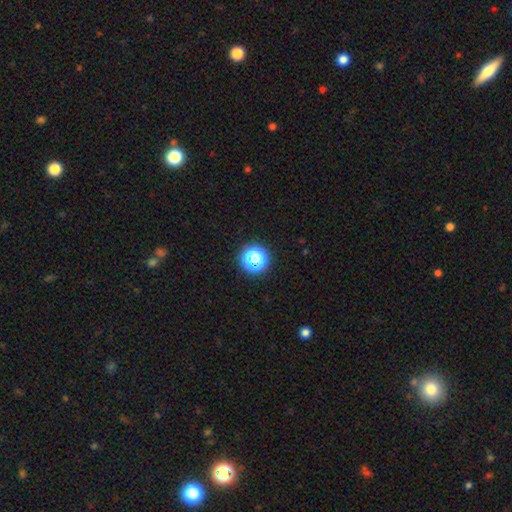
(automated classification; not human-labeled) Smooth or featured? Predicted: smooth (p=0.48). Merging? Predicted: none (p=0.79).